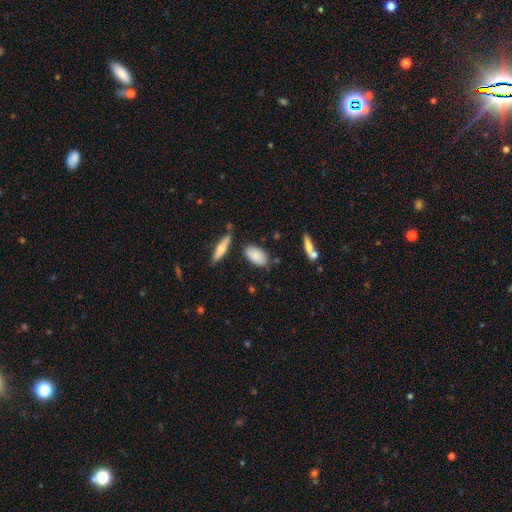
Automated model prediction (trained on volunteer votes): Morphology: type=smooth (85%); roundness=in between (91%); merging=none (76%).